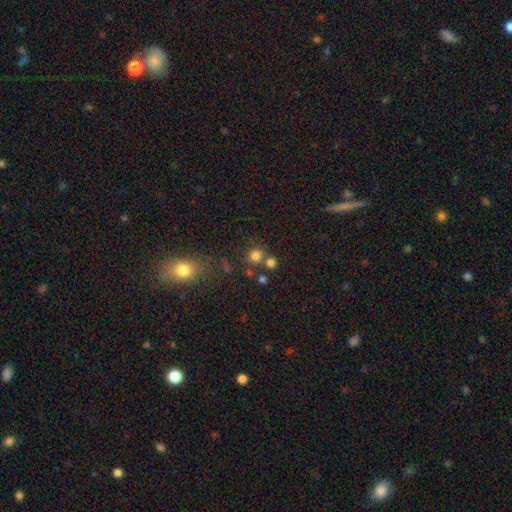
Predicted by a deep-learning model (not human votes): smooth-or-featured: smooth: 76% | star or artifact: 17% | featured or disk: 7%
  how-rounded: round: 87% | in between: 12% | cigar-shaped: 1%
  merging: none: 67% | merger: 21% | minor disturbance: 8% | major disturbance: 4%